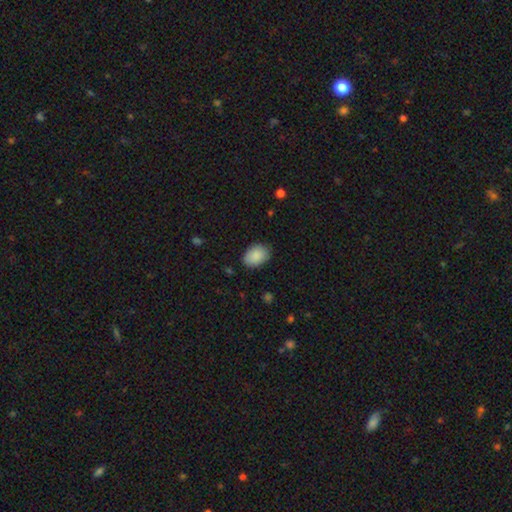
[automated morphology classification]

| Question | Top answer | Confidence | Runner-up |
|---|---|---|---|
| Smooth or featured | smooth | 89% | star or artifact (7%) |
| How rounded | in between | 84% | round (15%) |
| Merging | none | 84% | minor disturbance (12%) |